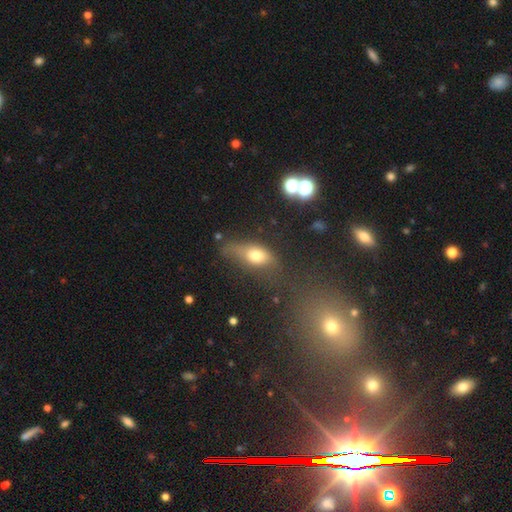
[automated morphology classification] This appears to be a smooth galaxy with no disk features (68%) that is in between round and cigar-shaped (74%). Merging: none (36%).